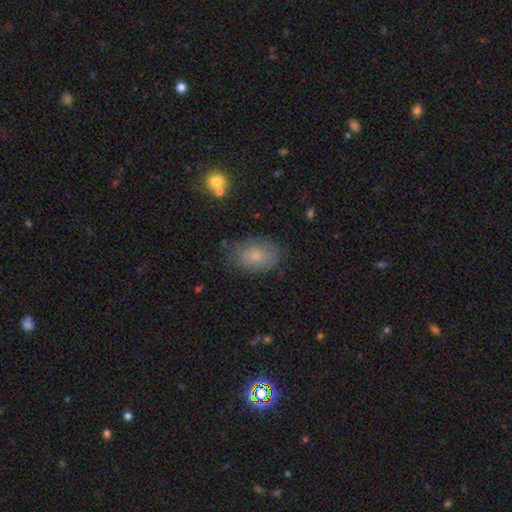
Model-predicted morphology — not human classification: smooth-or-featured: smooth: 77% | featured or disk: 14% | star or artifact: 9%
  how-rounded: in between: 85% | round: 14% | cigar-shaped: 1%
  merging: none: 73% | minor disturbance: 19% | major disturbance: 5% | merger: 2%